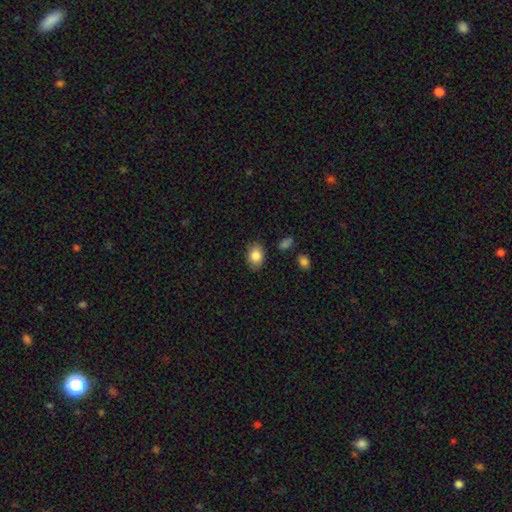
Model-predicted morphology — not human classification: type=smooth (84%); roundness=in between (74%); merging=none (84%).